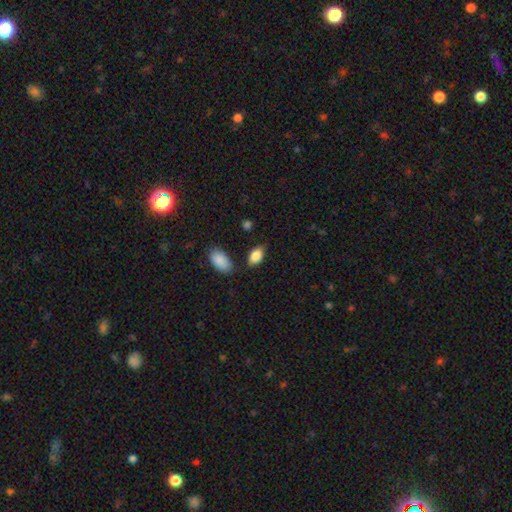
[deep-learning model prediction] Smooth or featured?
  - smooth: 87% *
  - star or artifact: 7%
  - featured or disk: 6%
How rounded?
  - in between: 93% *
  - round: 5%
  - cigar-shaped: 2%
Merging?
  - none: 77% *
  - minor disturbance: 15%
  - merger: 5%
  - major disturbance: 3%